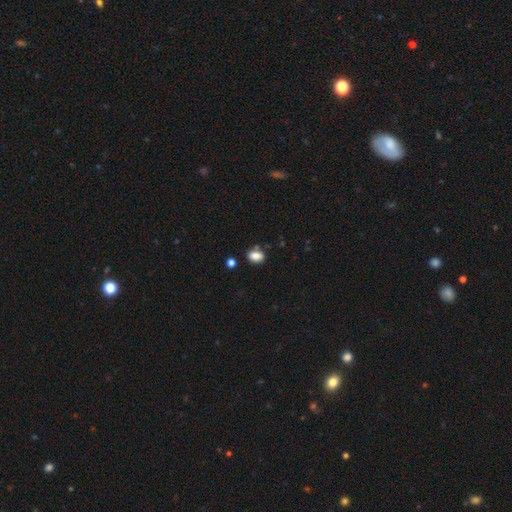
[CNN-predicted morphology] This is clearly a smooth galaxy (84%). How rounded: likely in between (77%). Merging: likely none (73%).